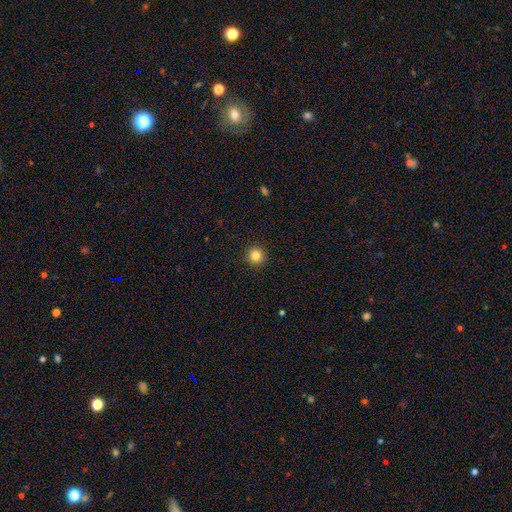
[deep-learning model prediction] Smooth or featured?
  - smooth: 83% *
  - star or artifact: 11%
  - featured or disk: 5%
How rounded?
  - round: 95% *
  - in between: 4%
  - cigar-shaped: 1%
Merging?
  - none: 93% *
  - minor disturbance: 5%
  - major disturbance: 2%
  - merger: 1%